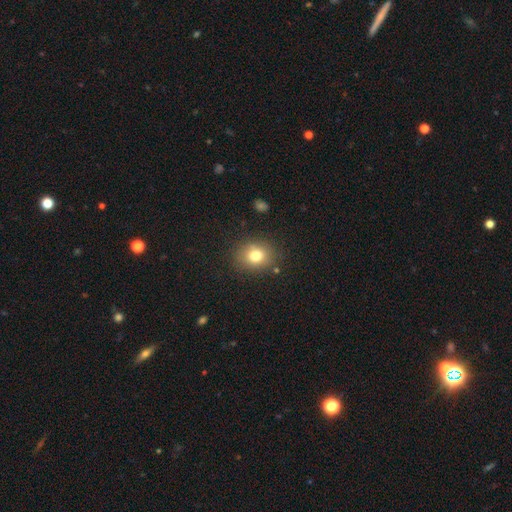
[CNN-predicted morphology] Overall: smooth (77%). How rounded: round (63%; in between 36%). Merging: none (83%).